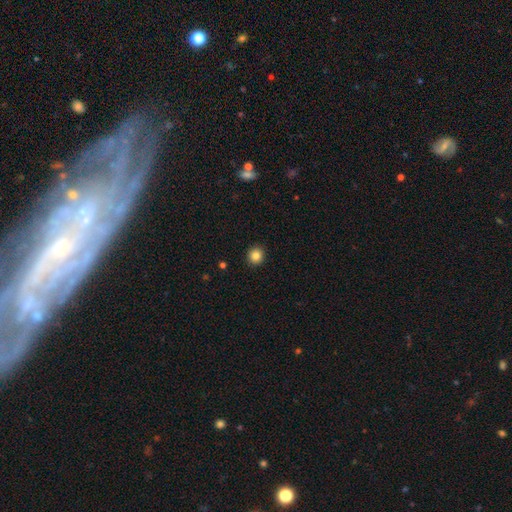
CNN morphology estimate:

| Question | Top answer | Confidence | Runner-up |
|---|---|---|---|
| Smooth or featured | smooth | 85% | star or artifact (11%) |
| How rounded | round | 91% | in between (8%) |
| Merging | none | 92% | minor disturbance (5%) |